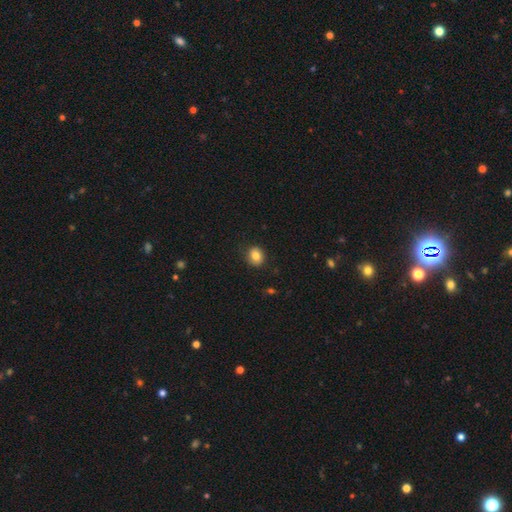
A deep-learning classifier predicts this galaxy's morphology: smooth_or_featured: smooth (p=0.83) [alt: star or artifact p=0.10]
how_rounded: round (p=0.68) [alt: in between p=0.31]
merging: none (p=0.87) [alt: minor disturbance p=0.09]